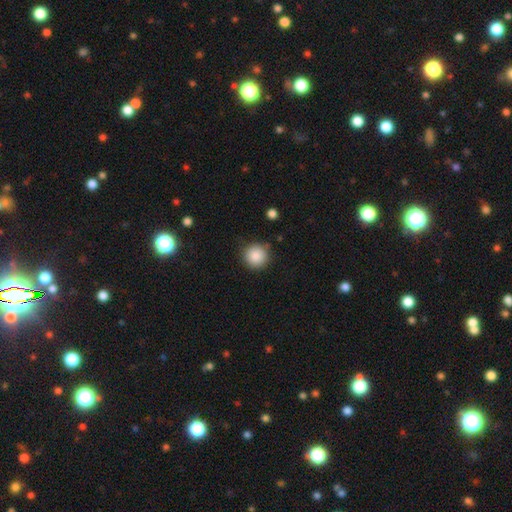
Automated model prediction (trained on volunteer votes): Smooth or featured? Predicted: smooth (p=0.88). How rounded? Predicted: round (p=0.95). Merging? Predicted: none (p=0.85).